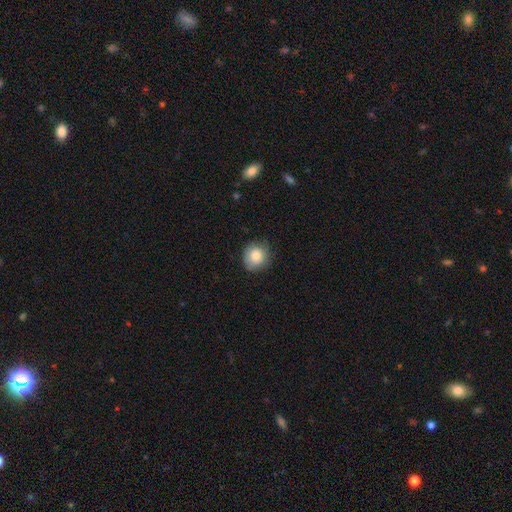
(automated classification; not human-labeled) smooth_or_featured: smooth (p=0.82) [alt: star or artifact p=0.09]
how_rounded: round (p=0.87) [alt: in between p=0.12]
merging: none (p=0.80) [alt: minor disturbance p=0.15]